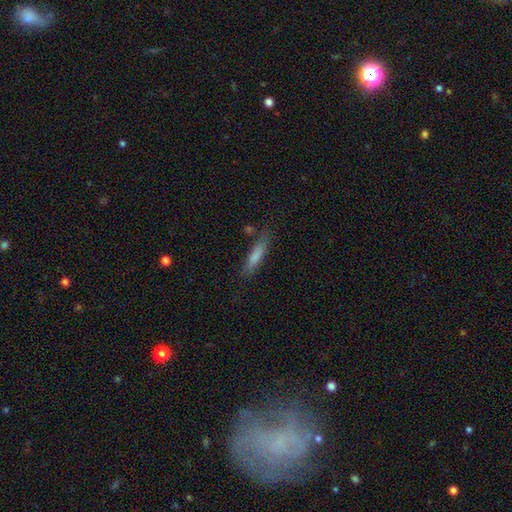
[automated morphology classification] A smooth galaxy with no disk features (77%) that is cigar-shaped (82%). Merging: none (76%).